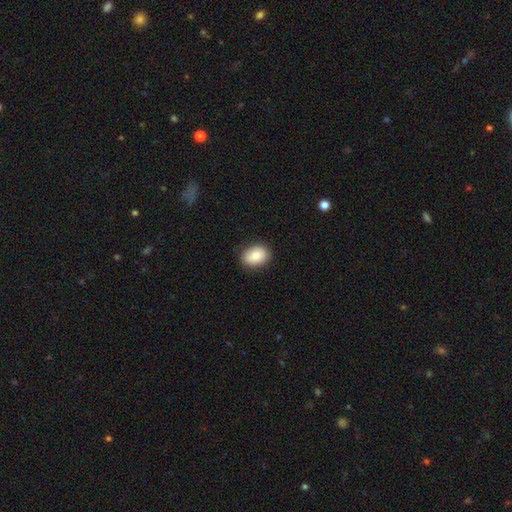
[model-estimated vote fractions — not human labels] Smooth or featured?
  - smooth: 84% *
  - featured or disk: 9%
  - star or artifact: 7%
How rounded?
  - in between: 73% *
  - round: 26%
  - cigar-shaped: 1%
Merging?
  - none: 86% *
  - minor disturbance: 11%
  - major disturbance: 2%
  - merger: 1%